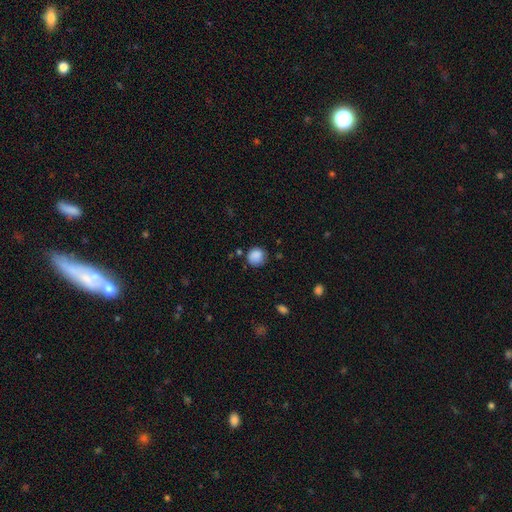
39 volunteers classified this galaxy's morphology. smooth 92%, featured or disk 5%, star or artifact 3%. Down the decision tree: how rounded — round (86%); merging — none (58%).